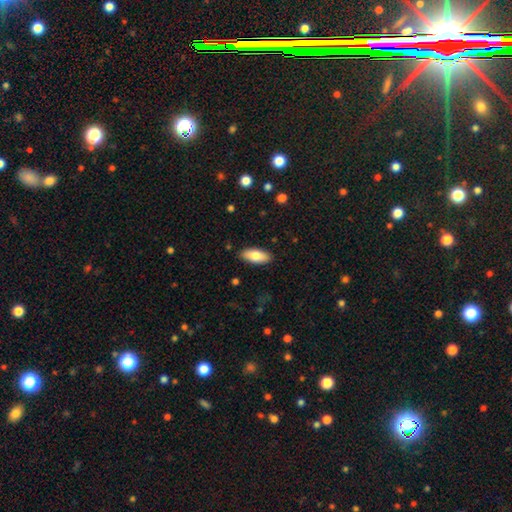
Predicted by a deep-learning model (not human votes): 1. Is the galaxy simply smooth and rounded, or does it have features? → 79% smooth, 15% featured or disk, 6% star or artifact.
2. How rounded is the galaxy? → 83% in between, 15% cigar-shaped, 2% round.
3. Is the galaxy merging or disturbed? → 88% none, 9% minor disturbance, 2% major disturbance, 1% merger.